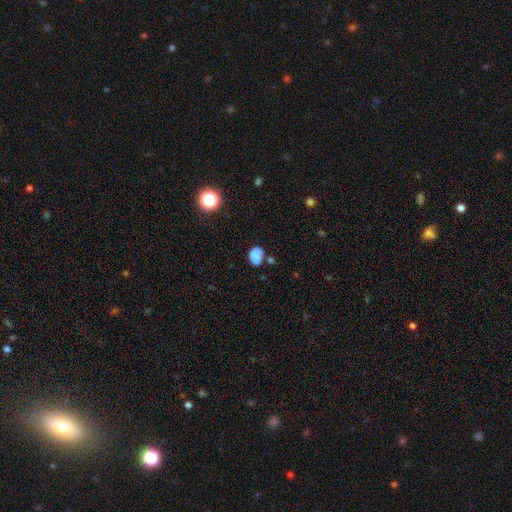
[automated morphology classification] Smooth or featured: smooth — 73% (featured or disk — 16%)
How rounded: in between — 58% (round — 41%)
Merging: none — 67% (minor disturbance — 21%)